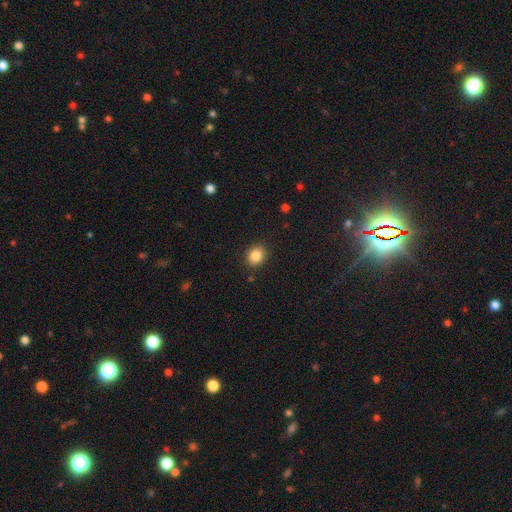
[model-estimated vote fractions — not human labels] smooth-or-featured: smooth: 85% | star or artifact: 10% | featured or disk: 5%
  how-rounded: round: 69% | in between: 30% | cigar-shaped: 1%
  merging: none: 88% | minor disturbance: 8% | major disturbance: 2% | merger: 1%